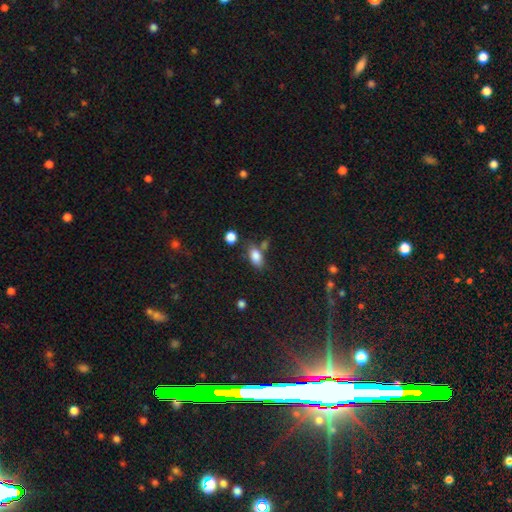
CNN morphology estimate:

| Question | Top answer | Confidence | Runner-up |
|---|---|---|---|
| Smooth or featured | smooth | 83% | star or artifact (9%) |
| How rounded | in between | 88% | round (8%) |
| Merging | none | 62% | minor disturbance (18%) |